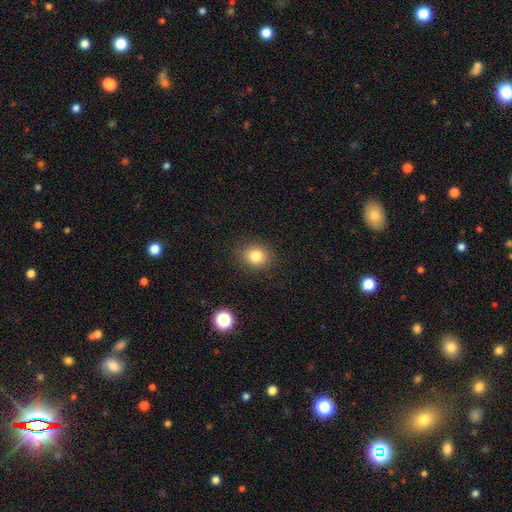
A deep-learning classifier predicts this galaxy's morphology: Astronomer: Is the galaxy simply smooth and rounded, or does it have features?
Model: smooth — 81%.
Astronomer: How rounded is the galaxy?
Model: round — 69%.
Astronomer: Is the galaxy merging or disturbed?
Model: none — 87%.